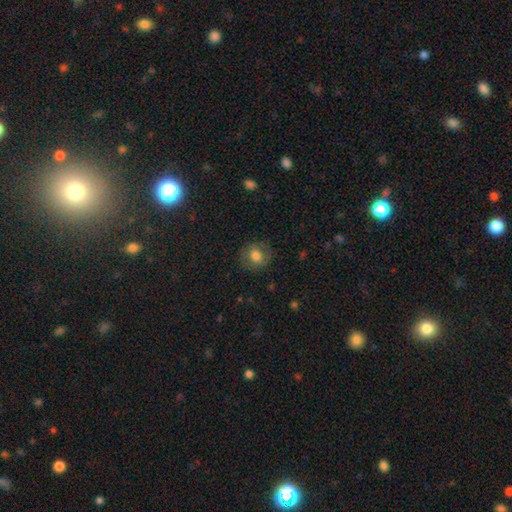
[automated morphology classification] smooth_or_featured: smooth (p=0.73) [alt: featured or disk p=0.17]
how_rounded: round (p=0.79) [alt: in between p=0.20]
merging: none (p=0.81) [alt: minor disturbance p=0.13]